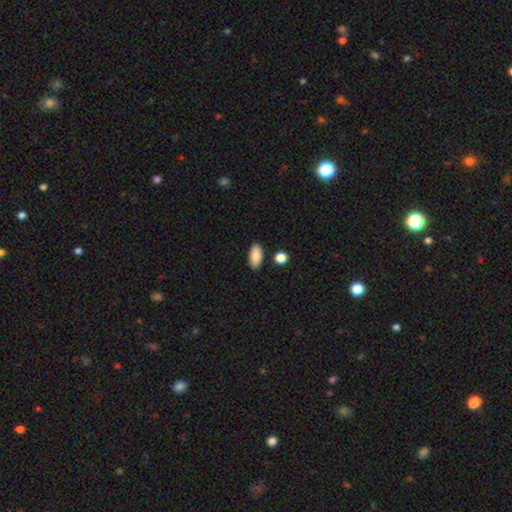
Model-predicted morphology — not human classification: smooth 88%, star or artifact 7%, featured or disk 5%. Down the decision tree: how rounded — in between (91%); merging — none (85%).